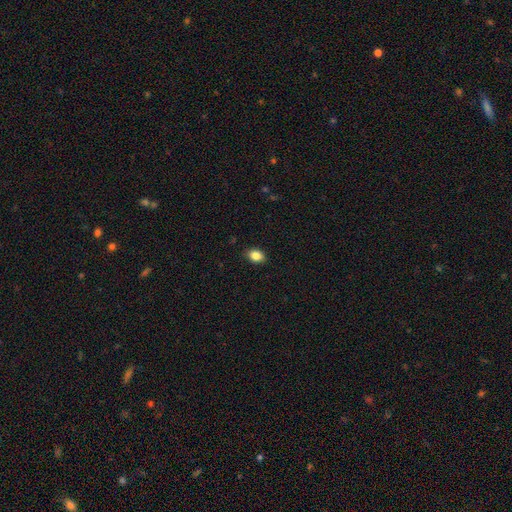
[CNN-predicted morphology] smooth 85%, star or artifact 9%, featured or disk 5%. Down the decision tree: how rounded — in between (71%); merging — none (87%).